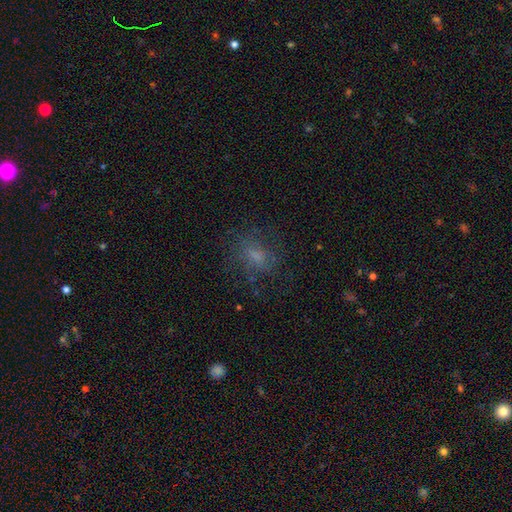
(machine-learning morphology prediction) smooth-or-featured: smooth: 56% | featured or disk: 25% | star or artifact: 19%
  how-rounded: in between: 57% | round: 40% | cigar-shaped: 4%
  merging: none: 66% | minor disturbance: 17% | major disturbance: 15% | merger: 2%